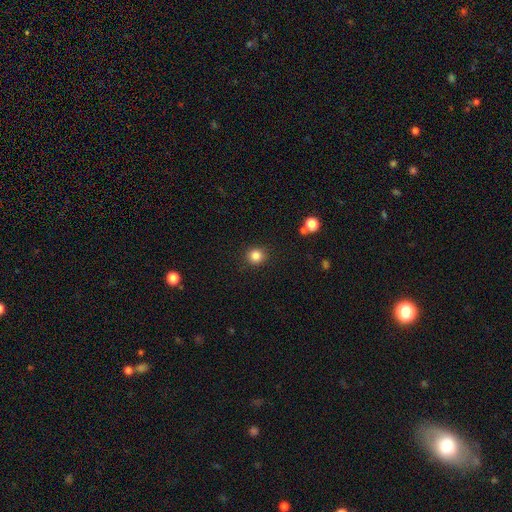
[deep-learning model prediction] This appears to be a smooth galaxy with no disk features (84%) that is round (91%). Merging: none (90%).